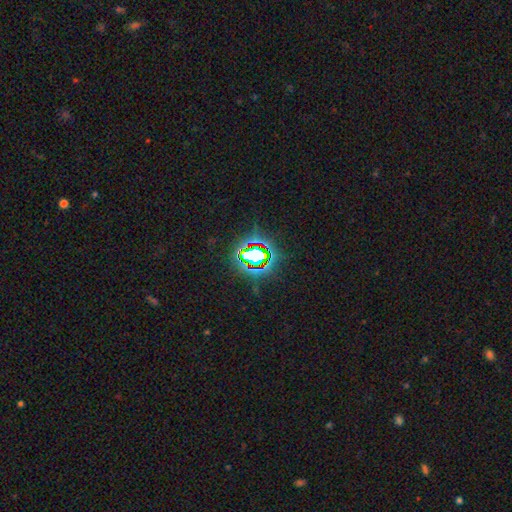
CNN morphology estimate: Smooth or featured: star or artifact — 75% (smooth — 15%)